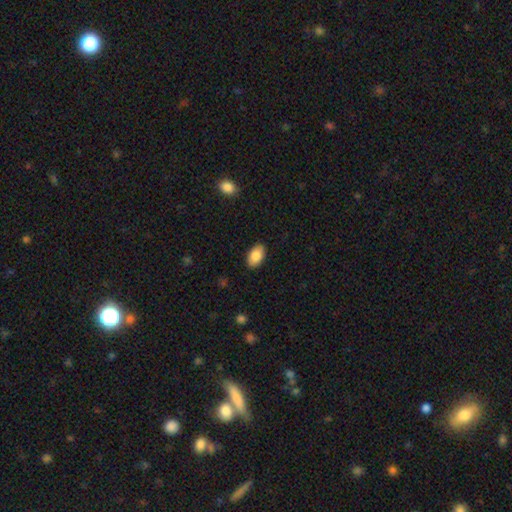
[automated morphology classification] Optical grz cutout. It shows a smooth galaxy with no disk features (86%) that is in between round and cigar-shaped (94%). Merging: none (89%).